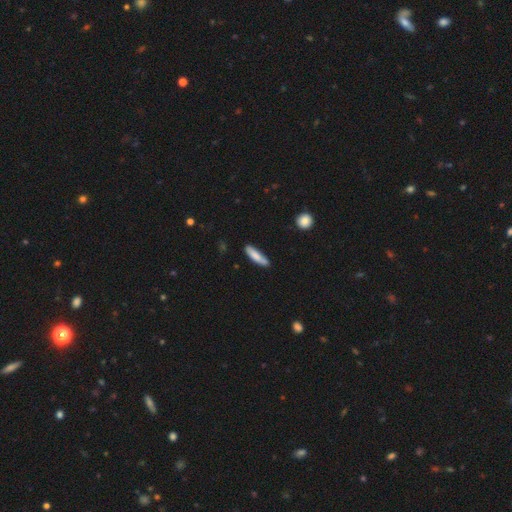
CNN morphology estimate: This appears to be a smooth galaxy with no disk features (80%) that is cigar-shaped (76%). Merging: none (75%).